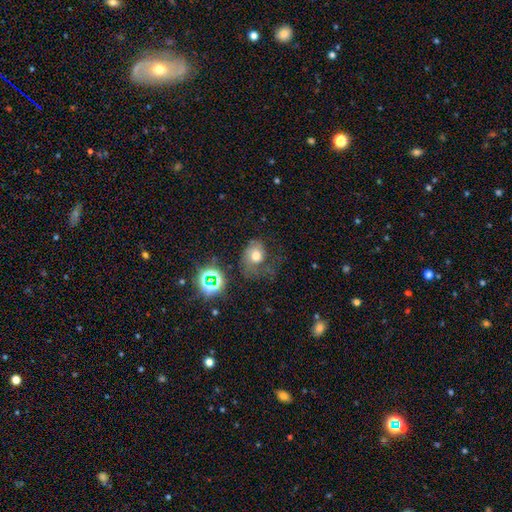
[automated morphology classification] Q: Smooth or featured?
A: smooth (45%); runner-up: featured or disk (39%)
Q: Merging?
A: major disturbance (41%); runner-up: none (31%)